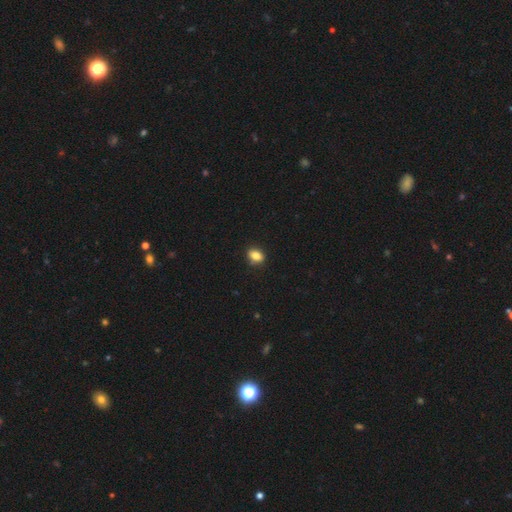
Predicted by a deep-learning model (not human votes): Morphology: type=smooth (86%); roundness=in between (76%); merging=none (86%).